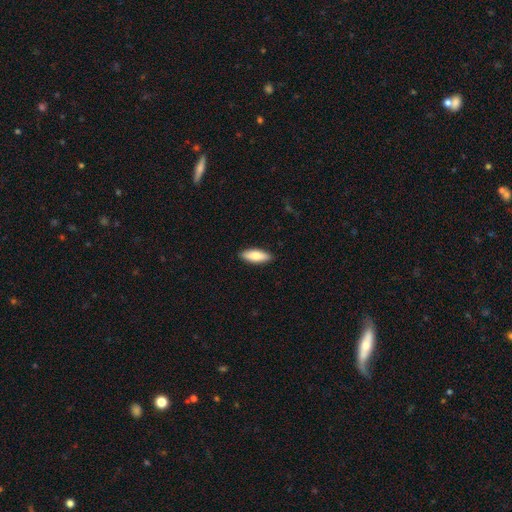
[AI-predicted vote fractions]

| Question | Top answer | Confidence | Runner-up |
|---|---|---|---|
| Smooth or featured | smooth | 81% | featured or disk (14%) |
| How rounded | in between | 68% | cigar-shaped (30%) |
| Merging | none | 89% | minor disturbance (8%) |